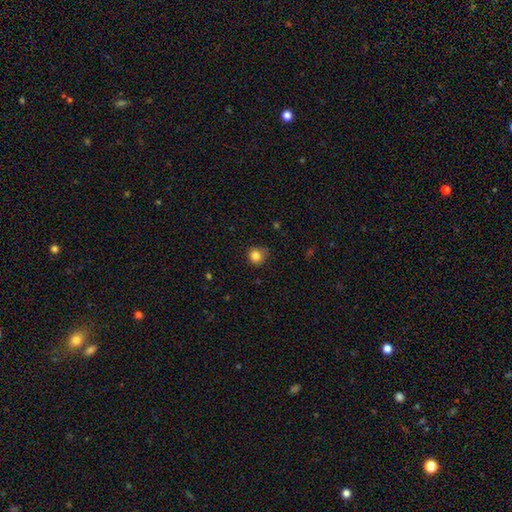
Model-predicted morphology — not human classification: smooth-or-featured: smooth: 83% | star or artifact: 11% | featured or disk: 5%
  how-rounded: round: 85% | in between: 14% | cigar-shaped: 1%
  merging: none: 69% | minor disturbance: 25% | major disturbance: 5% | merger: 2%